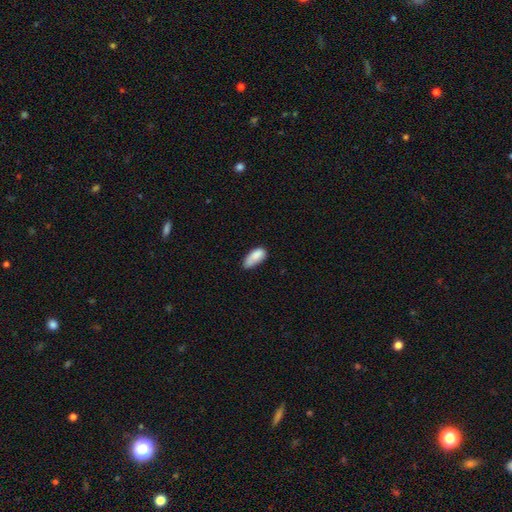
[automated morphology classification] Q: Smooth or featured?
A: smooth (84%); runner-up: featured or disk (9%)
Q: How rounded?
A: in between (86%); runner-up: cigar-shaped (11%)
Q: Merging?
A: none (46%); runner-up: minor disturbance (39%)